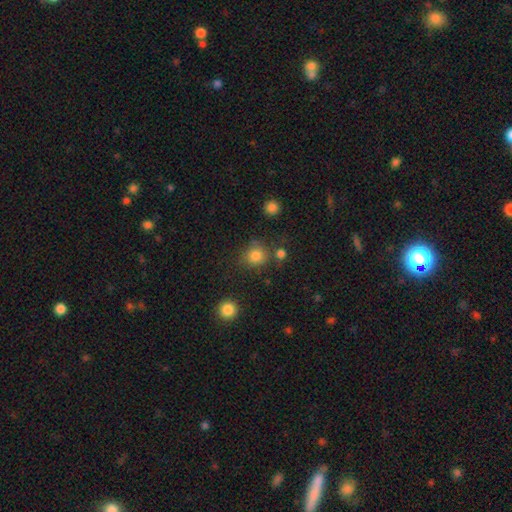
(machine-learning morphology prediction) Smooth or featured? Predicted: smooth (p=0.81). How rounded? Predicted: round (p=0.86). Merging? Predicted: none (p=0.73).